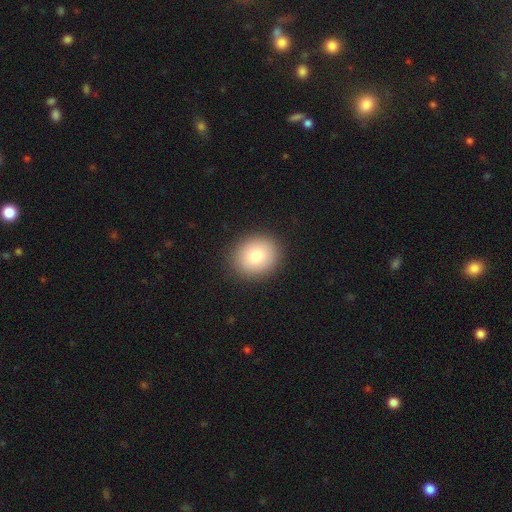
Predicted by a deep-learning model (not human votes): Smooth or featured: smooth — 80% (featured or disk — 11%)
How rounded: round — 71% (in between — 29%)
Merging: none — 90% (minor disturbance — 7%)